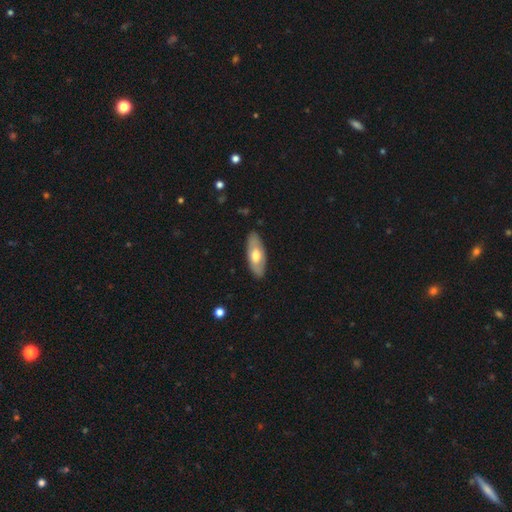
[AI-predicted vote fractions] This appears to be a smooth galaxy with no disk features (53%) that is in between round and cigar-shaped (83%). Merging: none (86%).